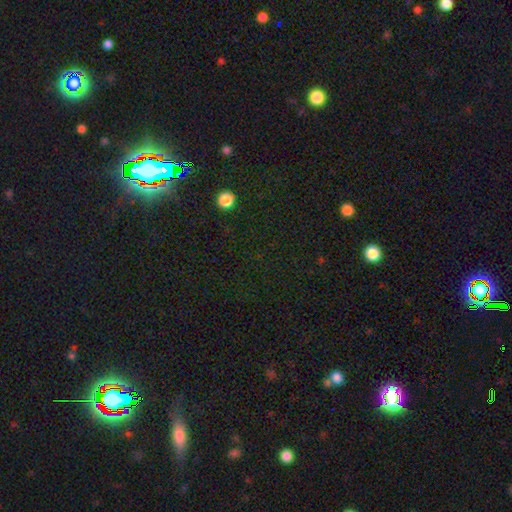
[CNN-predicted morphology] Overall: star or artifact (79%).